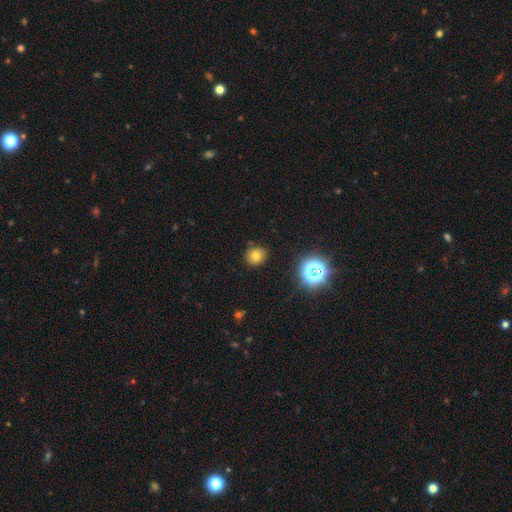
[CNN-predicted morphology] smooth 72%, star or artifact 18%, featured or disk 10%. Down the decision tree: how rounded — round (82%); merging — none (87%).